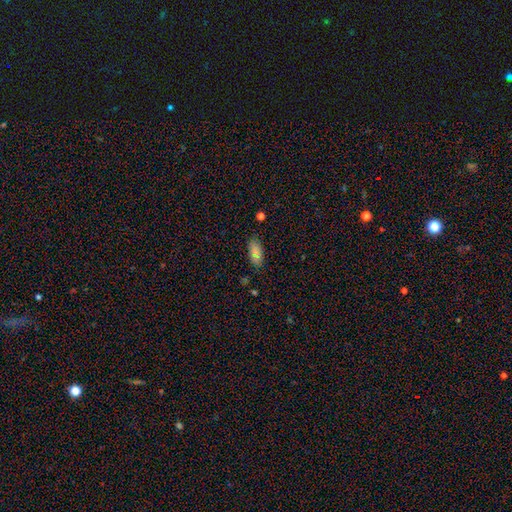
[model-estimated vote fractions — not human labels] smooth-or-featured: smooth: 81% | star or artifact: 10% | featured or disk: 8%
  how-rounded: in between: 85% | cigar-shaped: 12% | round: 3%
  merging: none: 82% | minor disturbance: 13% | major disturbance: 3% | merger: 2%